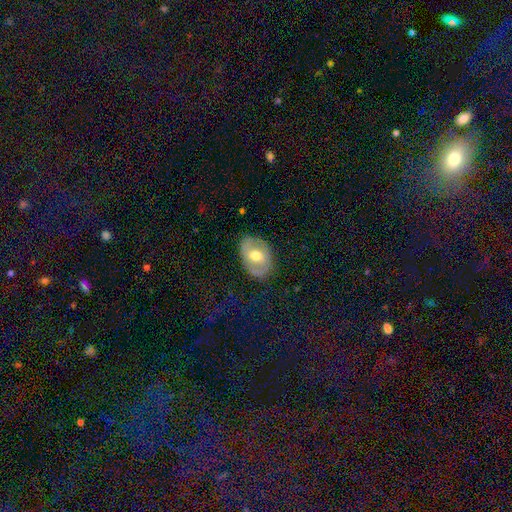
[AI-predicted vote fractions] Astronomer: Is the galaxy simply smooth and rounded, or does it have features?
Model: featured or disk — 49% (runner-up: smooth, 45%).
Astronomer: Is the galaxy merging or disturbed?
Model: none — 80%.